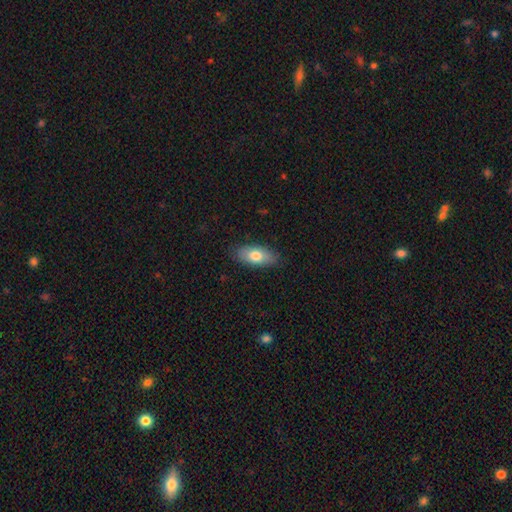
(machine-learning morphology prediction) smooth 74%, featured or disk 19%, star or artifact 6%. Down the decision tree: how rounded — in between (87%); merging — none (84%).